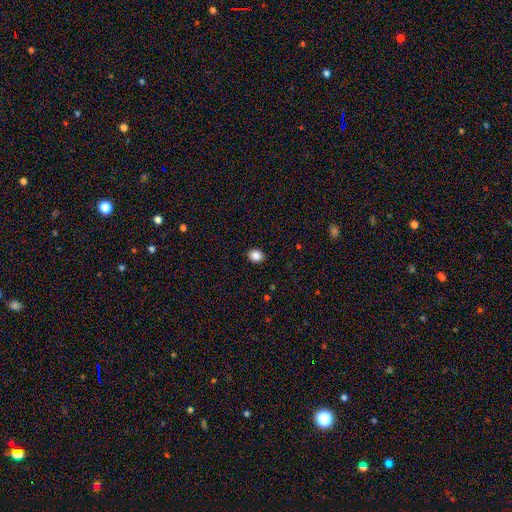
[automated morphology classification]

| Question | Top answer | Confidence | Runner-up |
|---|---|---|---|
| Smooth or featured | smooth | 86% | star or artifact (10%) |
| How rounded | round | 62% | in between (37%) |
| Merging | none | 91% | minor disturbance (6%) |